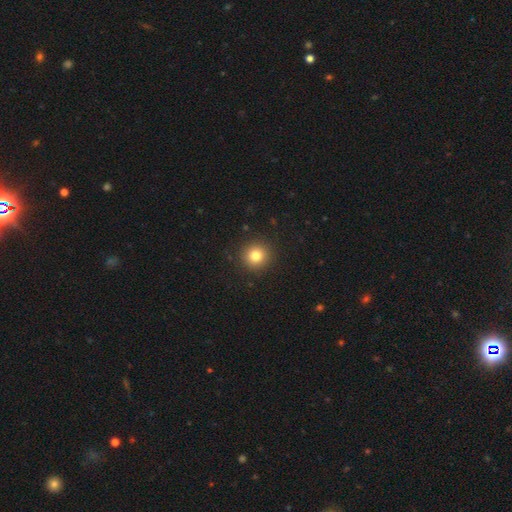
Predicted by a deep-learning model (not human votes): smooth-or-featured: smooth: 81% | star or artifact: 12% | featured or disk: 7%
  how-rounded: round: 93% | in between: 6% | cigar-shaped: 1%
  merging: none: 91% | minor disturbance: 6% | major disturbance: 2% | merger: 1%